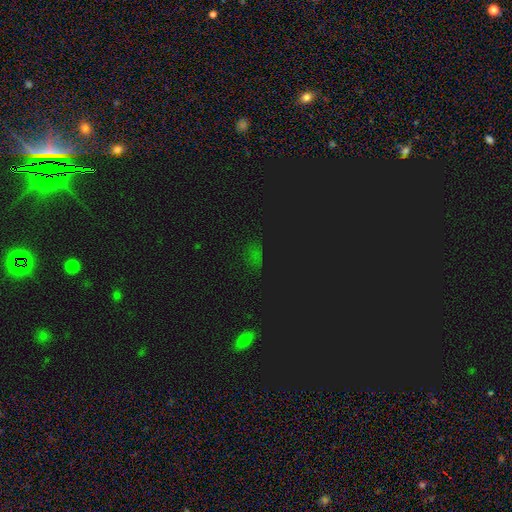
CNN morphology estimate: star or artifact 54%, smooth 39%, featured or disk 7%.